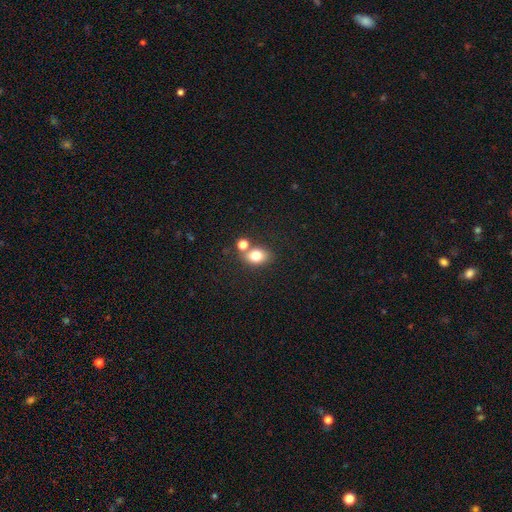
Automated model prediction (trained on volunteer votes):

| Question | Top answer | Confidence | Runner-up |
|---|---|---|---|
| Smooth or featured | smooth | 79% | star or artifact (11%) |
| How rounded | in between | 61% | round (38%) |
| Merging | none | 60% | merger (25%) |